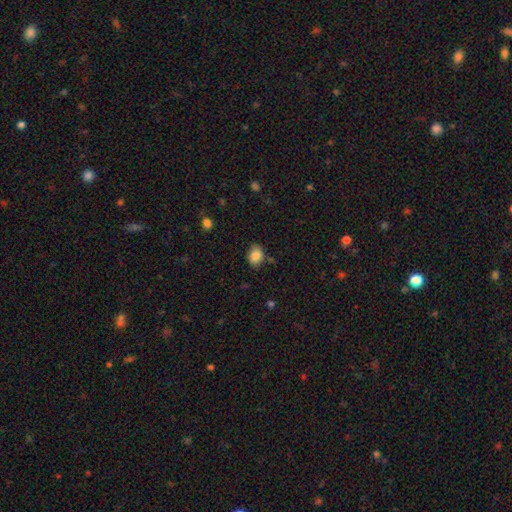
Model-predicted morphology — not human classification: This is clearly a smooth galaxy (85%). How rounded: likely in between (72%). Merging: likely none (75%).